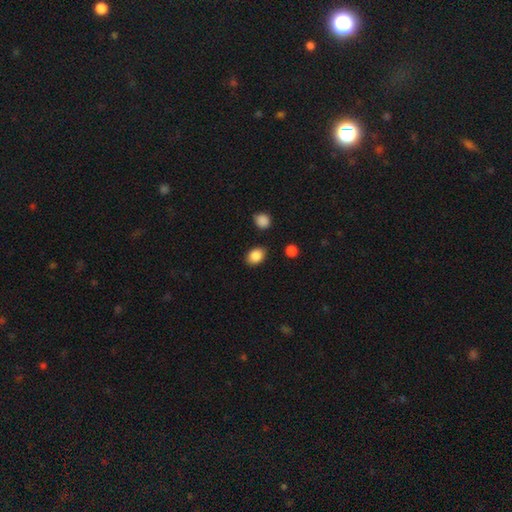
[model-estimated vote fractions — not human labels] Morphology: type=smooth (86%); roundness=in between (66%); merging=none (85%).